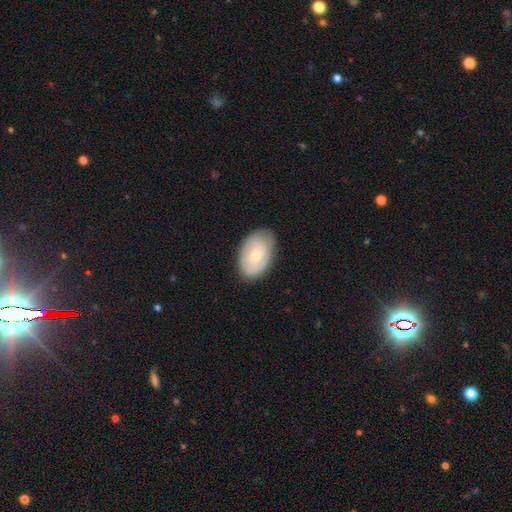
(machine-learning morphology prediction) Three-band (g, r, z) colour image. It shows a smooth galaxy with no disk features (55%) that is in between round and cigar-shaped (88%). Merging: none (79%).